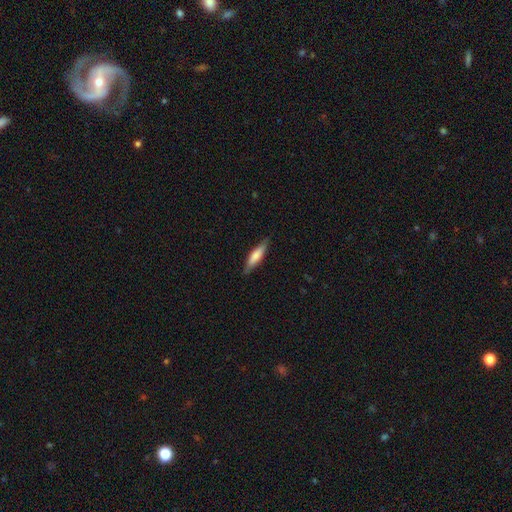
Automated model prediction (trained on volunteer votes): A smooth galaxy with no disk features (64%) that is cigar-shaped (77%). Merging: none (86%).